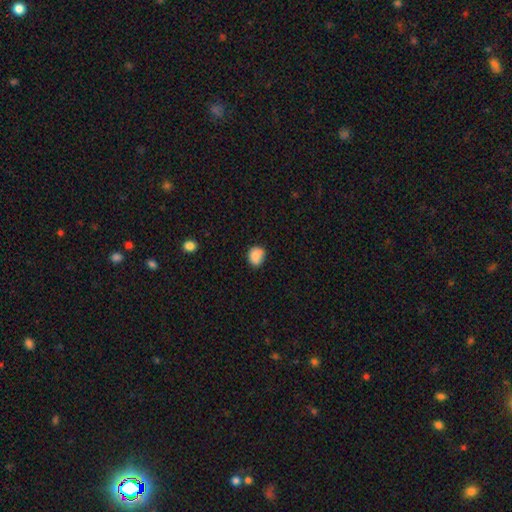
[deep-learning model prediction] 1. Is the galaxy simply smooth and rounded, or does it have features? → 85% smooth, 9% star or artifact, 6% featured or disk.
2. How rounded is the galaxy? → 61% round, 38% in between, 1% cigar-shaped.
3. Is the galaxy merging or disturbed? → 68% none, 24% minor disturbance, 4% major disturbance, 4% merger.